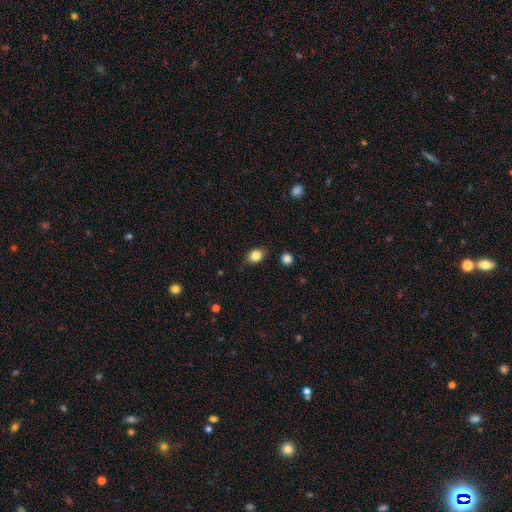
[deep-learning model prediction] Smooth or featured?
  - smooth: 83% *
  - star or artifact: 10%
  - featured or disk: 7%
How rounded?
  - in between: 59% *
  - round: 40%
  - cigar-shaped: 1%
Merging?
  - none: 79% *
  - minor disturbance: 16%
  - major disturbance: 3%
  - merger: 2%